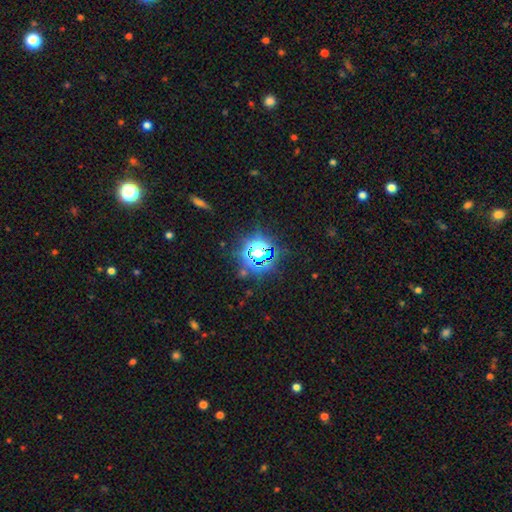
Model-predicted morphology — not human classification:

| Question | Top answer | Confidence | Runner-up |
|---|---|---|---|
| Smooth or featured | star or artifact | 77% | smooth (15%) |